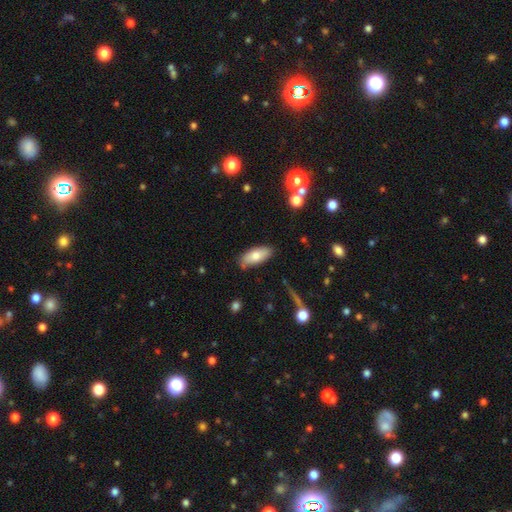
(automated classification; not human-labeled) Morphology: type=smooth (77%); roundness=in between (82%); merging=none (81%).